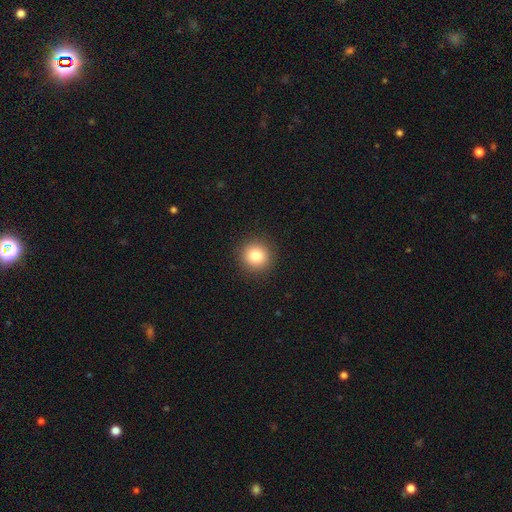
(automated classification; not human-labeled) Overall: smooth (82%). How rounded: round (94%). Merging: none (92%).